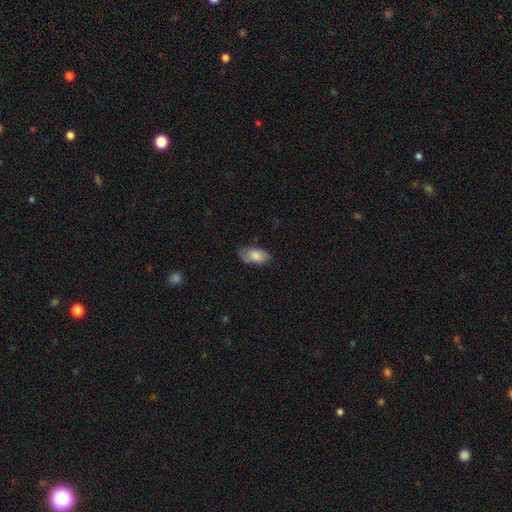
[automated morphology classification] A smooth galaxy with no disk features (78%) that is in between round and cigar-shaped (92%). Merging: none (67%).